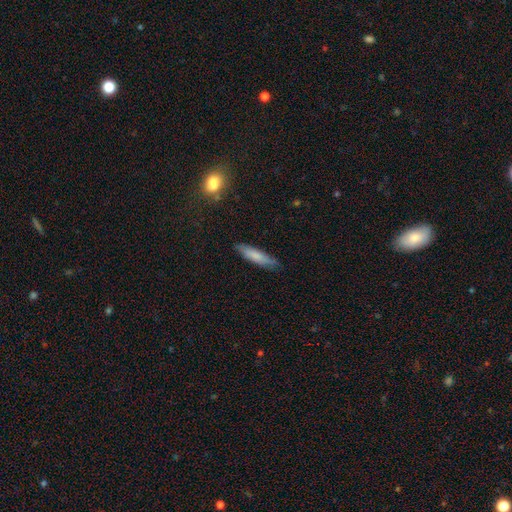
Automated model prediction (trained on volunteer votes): Smooth or featured?
  - smooth: 74% *
  - featured or disk: 19%
  - star or artifact: 6%
How rounded?
  - cigar-shaped: 78% *
  - in between: 21%
  - round: 2%
Merging?
  - none: 80% *
  - minor disturbance: 15%
  - major disturbance: 3%
  - merger: 1%